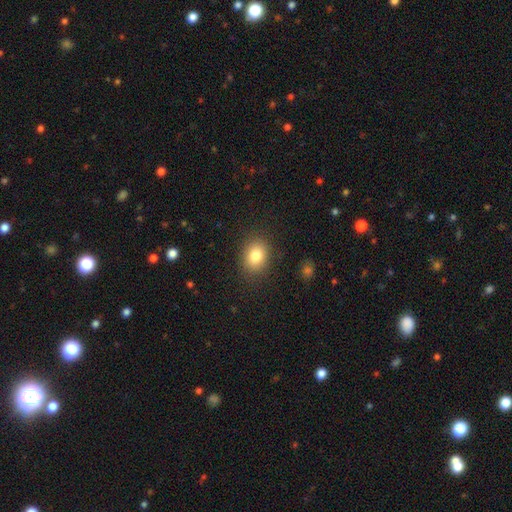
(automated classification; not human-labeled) This appears to be a smooth galaxy with no disk features (82%) that is in between round and cigar-shaped (58%). Merging: none (86%).